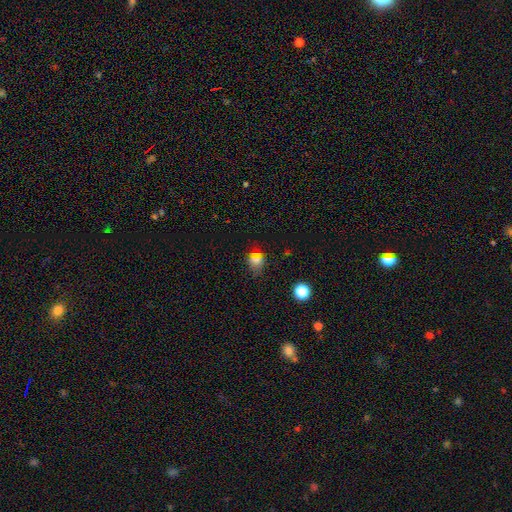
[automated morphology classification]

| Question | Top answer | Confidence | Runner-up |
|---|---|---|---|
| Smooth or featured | smooth | 63% | star or artifact (29%) |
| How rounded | round | 72% | in between (27%) |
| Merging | none | 81% | minor disturbance (12%) |